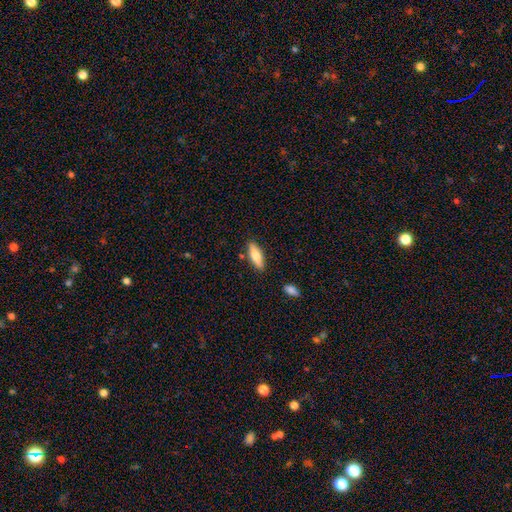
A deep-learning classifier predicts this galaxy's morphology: This is likely a smooth galaxy (76%). How rounded: possibly in between (52%). Merging: clearly none (84%).